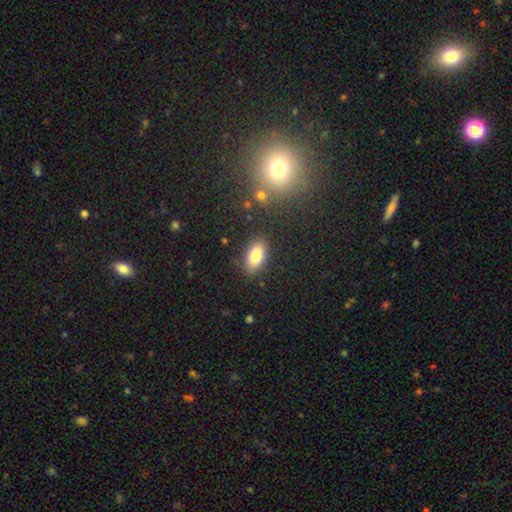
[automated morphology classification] smooth 81%, featured or disk 10%, star or artifact 8%. Down the decision tree: how rounded — in between (91%); merging — none (85%).